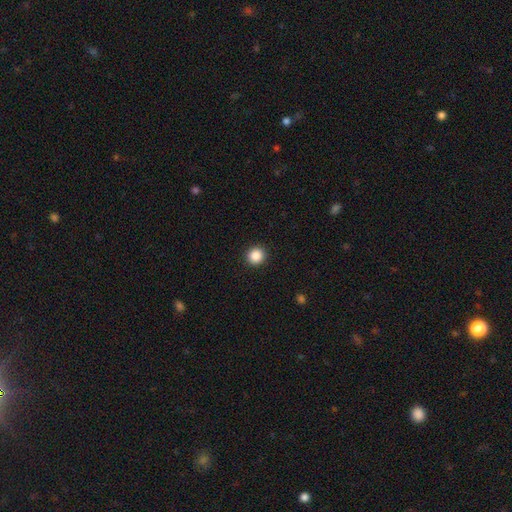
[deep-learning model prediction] smooth_or_featured: smooth (p=0.88) [alt: star or artifact p=0.10]
how_rounded: round (p=0.93) [alt: in between p=0.06]
merging: none (p=0.93) [alt: minor disturbance p=0.05]